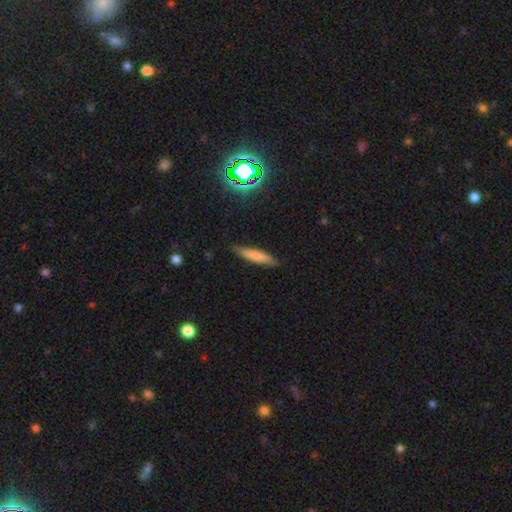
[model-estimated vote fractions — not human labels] Overall: smooth (72%). How rounded: cigar-shaped (86%). Merging: none (85%).